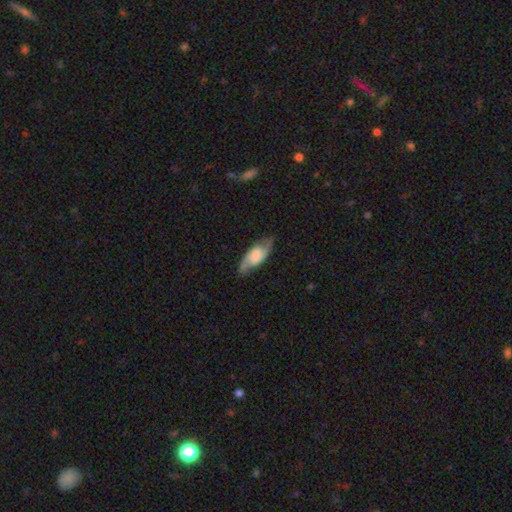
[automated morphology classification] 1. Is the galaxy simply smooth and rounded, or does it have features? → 70% featured or disk, 23% smooth, 7% star or artifact.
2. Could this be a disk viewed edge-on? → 91% no, 9% yes.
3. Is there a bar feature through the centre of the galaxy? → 43% weak, 37% no, 20% strong.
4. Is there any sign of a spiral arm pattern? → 92% yes, 8% no.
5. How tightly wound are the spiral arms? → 45% medium, 37% loose, 18% tight.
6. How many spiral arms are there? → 90% 2, 5% can't tell, 2% 1, 1% 3, 1% 4, 1% more than 4.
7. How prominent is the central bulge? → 40% none, 20% large, 19% small, 18% moderate, 4% dominant.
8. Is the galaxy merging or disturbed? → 79% none, 15% minor disturbance, 5% major disturbance, 1% merger.